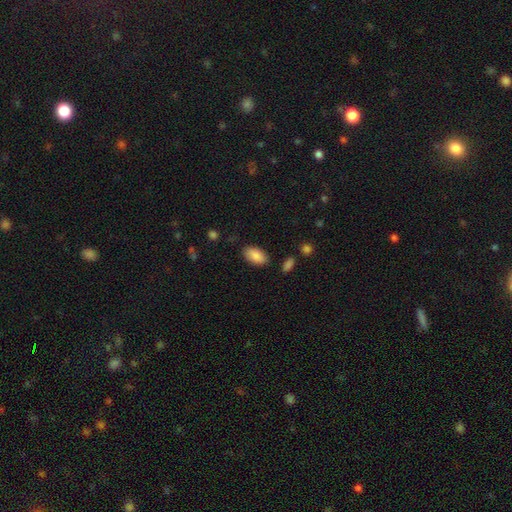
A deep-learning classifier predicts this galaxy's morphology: Overall: smooth (88%). How rounded: in between (94%). Merging: none (84%).